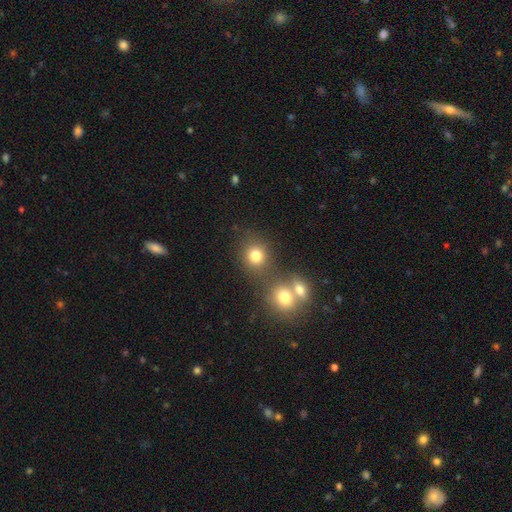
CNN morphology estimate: Smooth or featured? smooth (78%)
How rounded? round (82%)
Merging? none (61%)